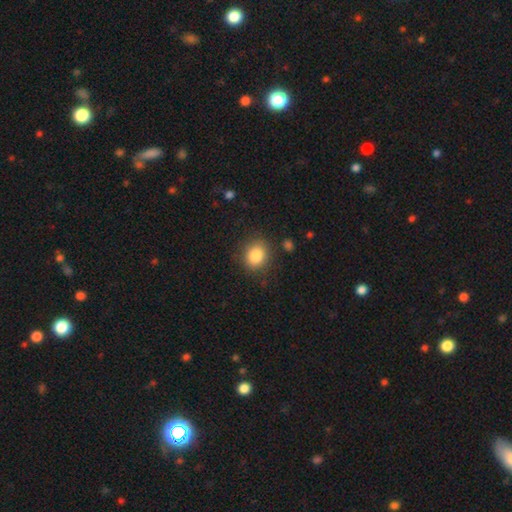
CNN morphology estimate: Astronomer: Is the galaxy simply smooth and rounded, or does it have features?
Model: smooth — 85%.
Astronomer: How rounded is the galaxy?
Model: round — 69%.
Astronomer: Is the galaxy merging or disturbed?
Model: none — 84%.